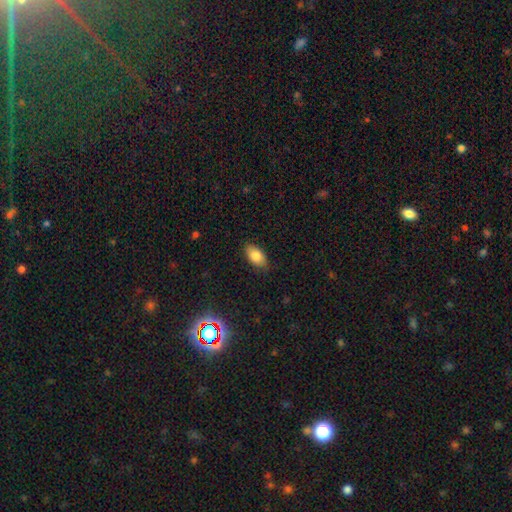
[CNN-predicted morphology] type=smooth (84%); roundness=in between (92%); merging=none (84%).